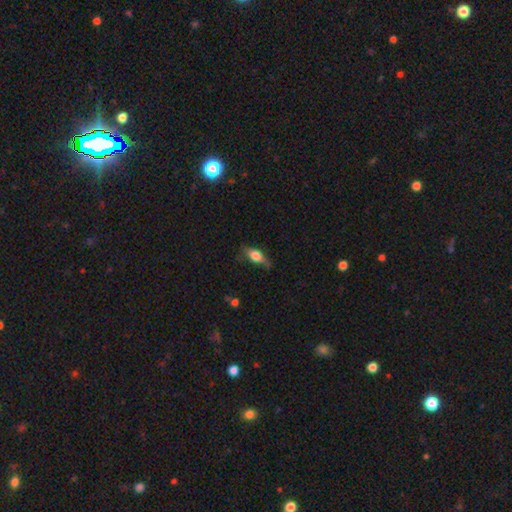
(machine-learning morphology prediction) A smooth galaxy with no disk features (63%) that is in between round and cigar-shaped (75%). Merging: none (60%).